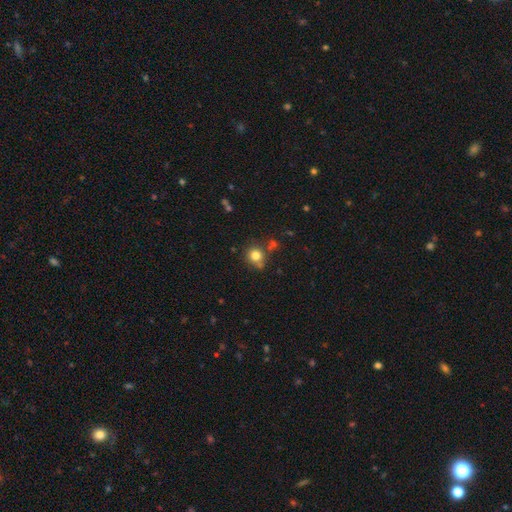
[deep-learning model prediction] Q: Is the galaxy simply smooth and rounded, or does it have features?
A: smooth — 79%.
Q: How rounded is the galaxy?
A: round — 87%.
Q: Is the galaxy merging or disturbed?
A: none — 68%.